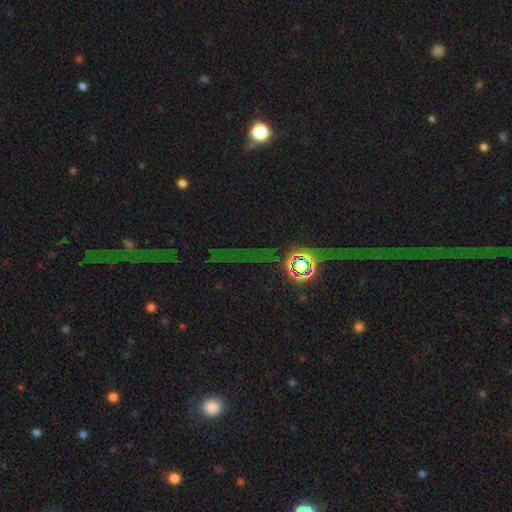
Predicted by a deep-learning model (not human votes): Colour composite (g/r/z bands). It shows a star or artifact, not a galaxy (71%).